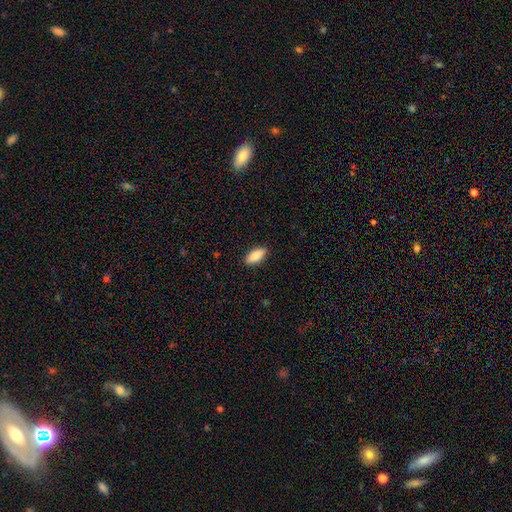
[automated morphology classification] Smooth or featured?
  - smooth: 85% *
  - featured or disk: 9%
  - star or artifact: 6%
How rounded?
  - in between: 77% *
  - cigar-shaped: 21%
  - round: 2%
Merging?
  - none: 89% *
  - minor disturbance: 8%
  - major disturbance: 2%
  - merger: 1%